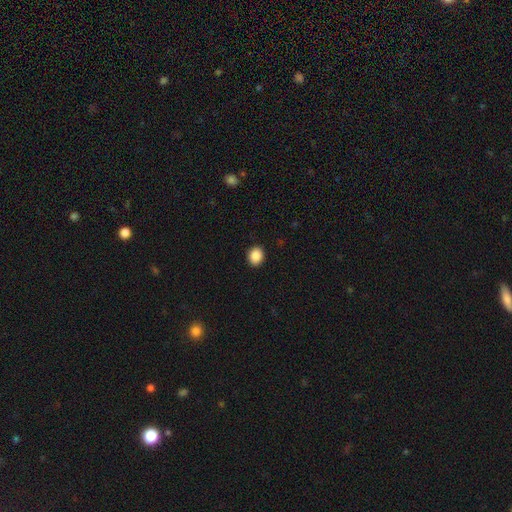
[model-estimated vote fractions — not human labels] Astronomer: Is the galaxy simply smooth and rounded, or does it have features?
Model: smooth — 89%.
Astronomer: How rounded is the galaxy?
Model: round — 67%.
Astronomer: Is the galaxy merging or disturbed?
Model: none — 92%.